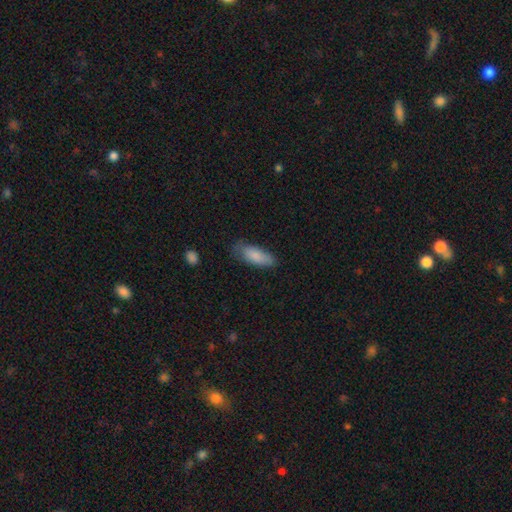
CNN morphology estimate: This is clearly a smooth galaxy (84%). How rounded: likely in between (72%). Merging: likely none (66%).